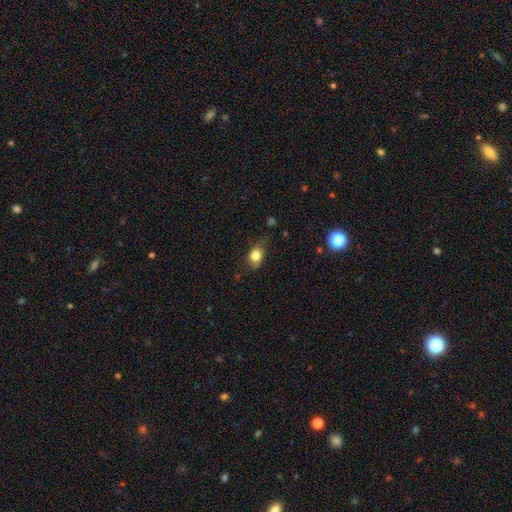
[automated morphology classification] smooth_or_featured: smooth (p=0.79) [alt: featured or disk p=0.11]
how_rounded: in between (p=0.64) [alt: round p=0.34]
merging: none (p=0.58) [alt: minor disturbance p=0.30]